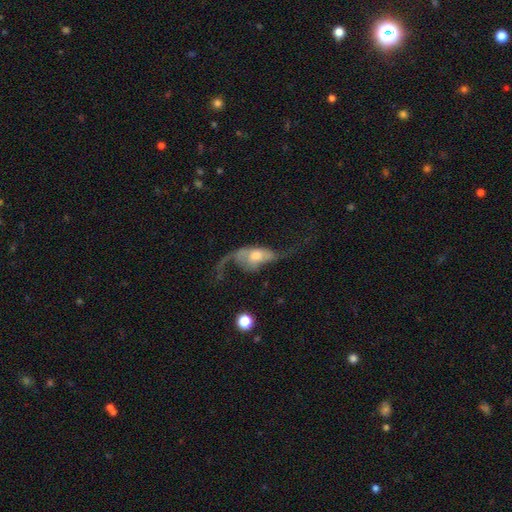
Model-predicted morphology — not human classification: type=featured or disk (69%); edge-on=no (88%); bar=no (65%); spiral arms=yes (82%); bulge=moderate (49%); merging=major disturbance (47%).